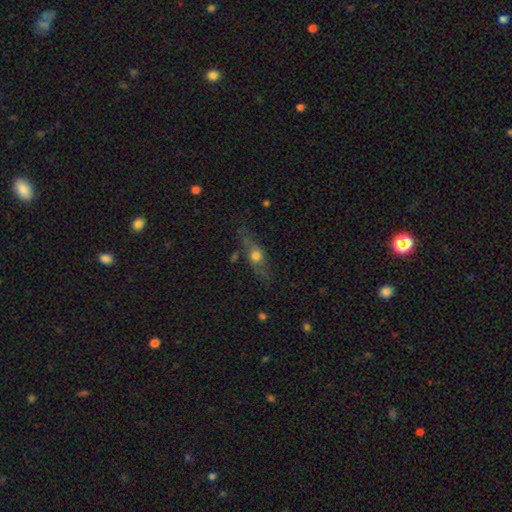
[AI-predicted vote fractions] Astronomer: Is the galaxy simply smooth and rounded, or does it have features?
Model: featured or disk — 45% (runner-up: smooth, 43%).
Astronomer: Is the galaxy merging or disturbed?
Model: none — 63%.